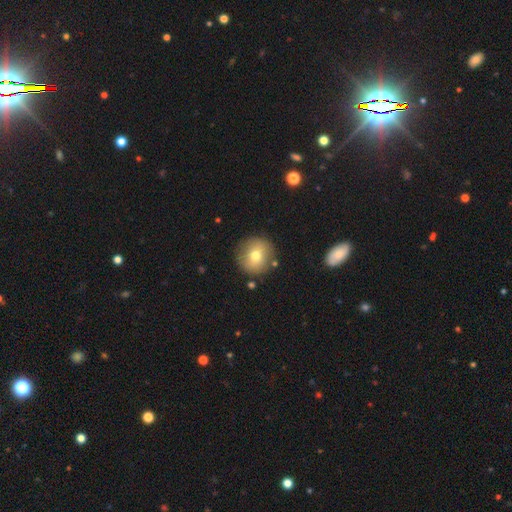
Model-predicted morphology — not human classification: Smooth or featured? smooth (71%)
How rounded? round (93%)
Merging? none (86%)